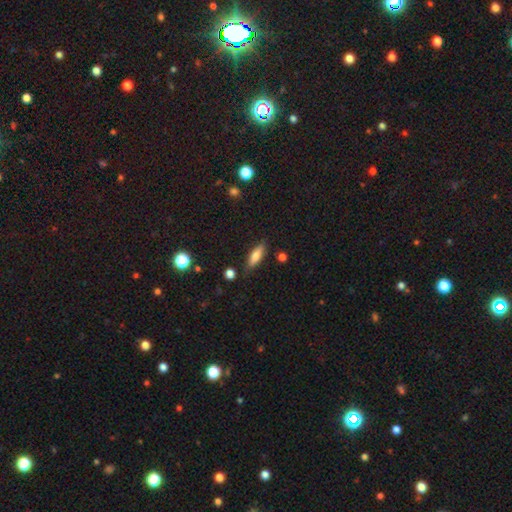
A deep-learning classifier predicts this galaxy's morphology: Q: Smooth or featured?
A: smooth (73%); runner-up: featured or disk (19%)
Q: How rounded?
A: in between (50%); runner-up: cigar-shaped (47%)
Q: Merging?
A: none (81%); runner-up: minor disturbance (14%)